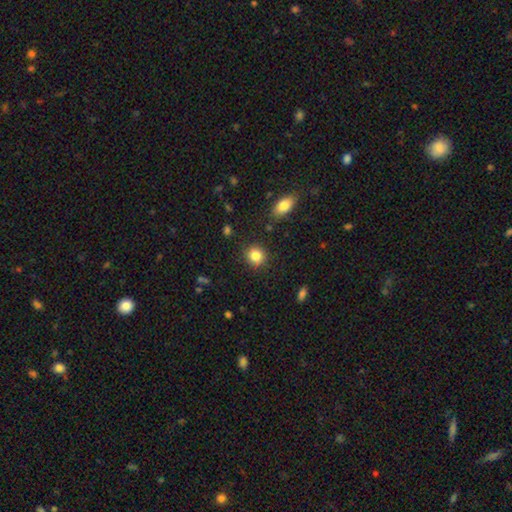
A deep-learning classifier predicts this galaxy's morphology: Smooth or featured? Predicted: smooth (p=0.84). How rounded? Predicted: round (p=0.83). Merging? Predicted: none (p=0.87).